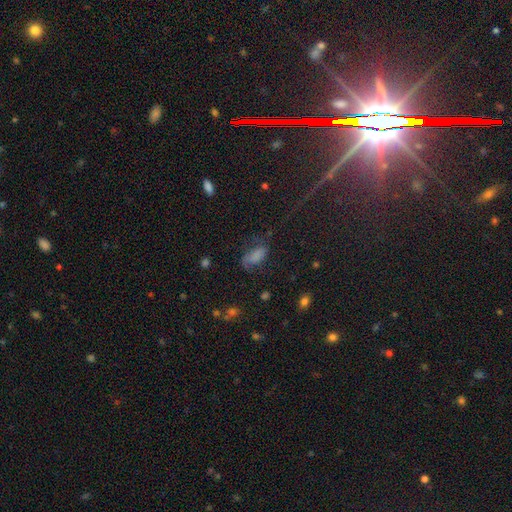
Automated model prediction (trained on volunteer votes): smooth 59%, featured or disk 27%, star or artifact 14%. Down the decision tree: how rounded — in between (88%); merging — none (46%).